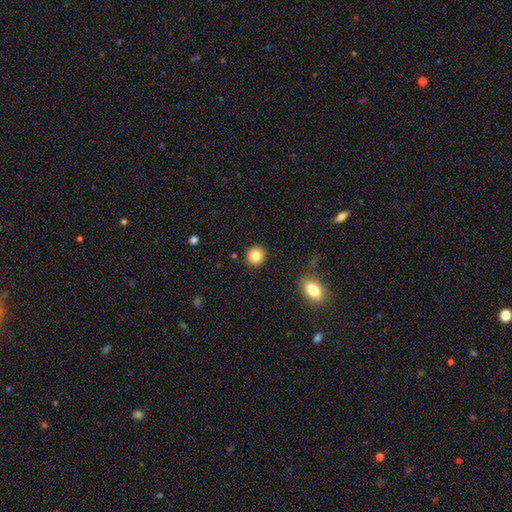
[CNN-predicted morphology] Smooth or featured? Predicted: smooth (p=0.84). How rounded? Predicted: round (p=0.89). Merging? Predicted: none (p=0.90).